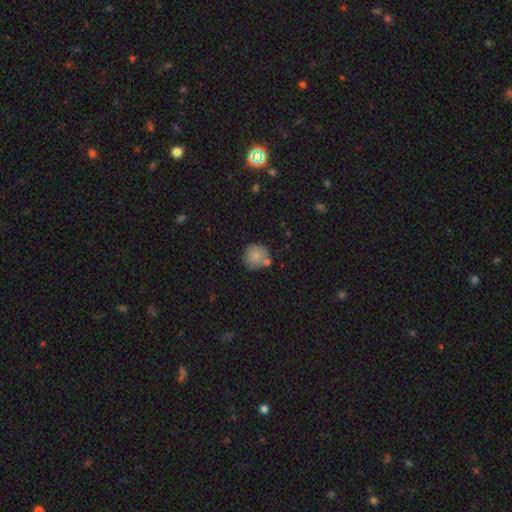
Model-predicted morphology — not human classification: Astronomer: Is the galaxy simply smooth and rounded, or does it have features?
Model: smooth — 82%.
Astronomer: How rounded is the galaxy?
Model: round — 91%.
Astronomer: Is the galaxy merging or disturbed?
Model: none — 68%.